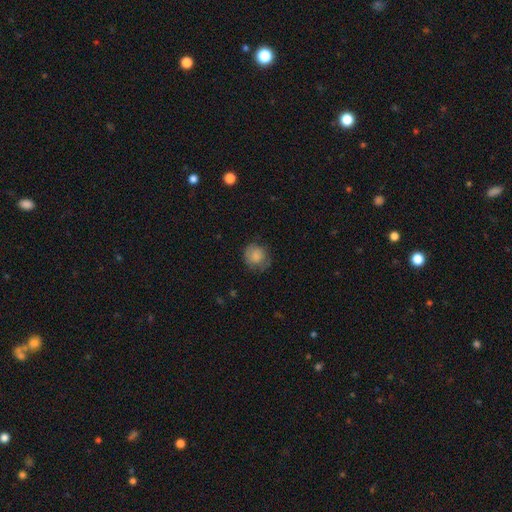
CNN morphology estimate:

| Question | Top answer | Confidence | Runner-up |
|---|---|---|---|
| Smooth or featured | smooth | 81% | featured or disk (11%) |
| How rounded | round | 79% | in between (20%) |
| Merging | none | 66% | minor disturbance (24%) |